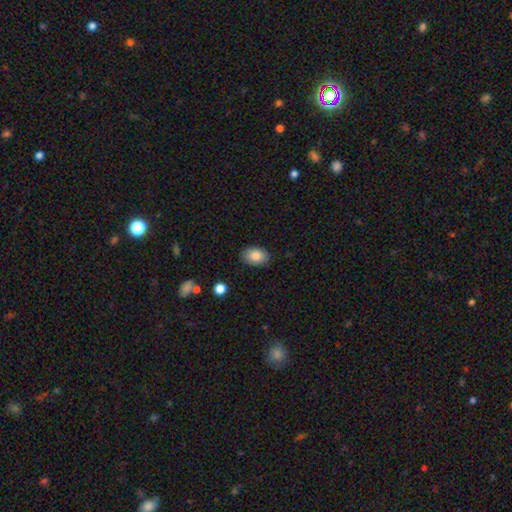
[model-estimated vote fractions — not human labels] This is clearly a smooth galaxy (86%). How rounded: clearly in between (87%). Merging: clearly none (86%).